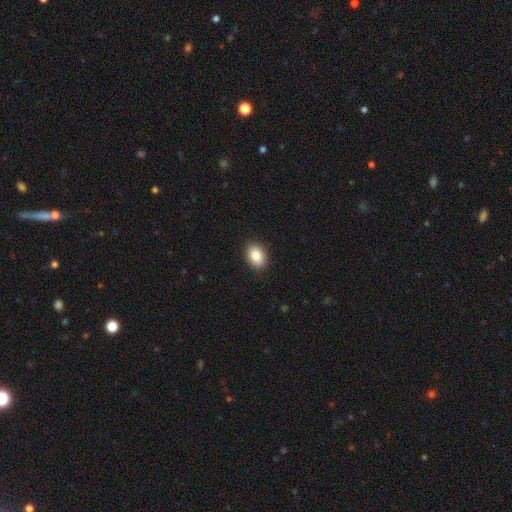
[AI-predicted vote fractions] smooth-or-featured: smooth: 85% | star or artifact: 8% | featured or disk: 7%
  how-rounded: in between: 80% | round: 19% | cigar-shaped: 1%
  merging: none: 90% | minor disturbance: 7% | major disturbance: 2% | merger: 1%